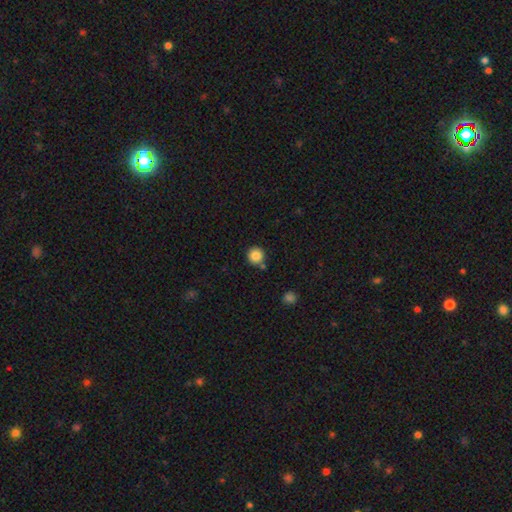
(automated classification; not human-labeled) The model was most divided on "smooth or featured": smooth: 85%, star or artifact: 10%, featured or disk: 5%. More confident: how rounded — round (95%); merging — none (83%).